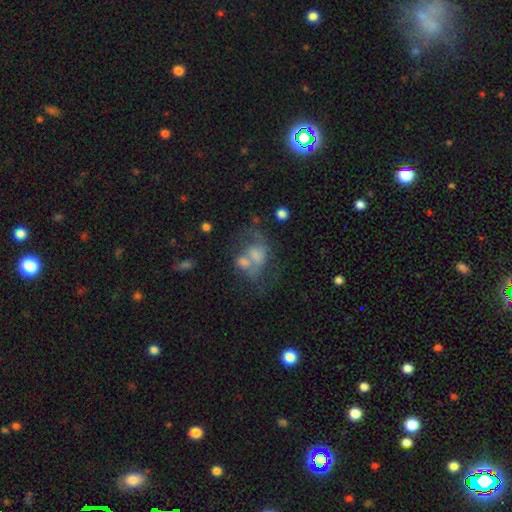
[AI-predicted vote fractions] smooth_or_featured: featured or disk (p=0.43) [alt: smooth p=0.38]
merging: merger (p=0.33) [alt: none p=0.30]